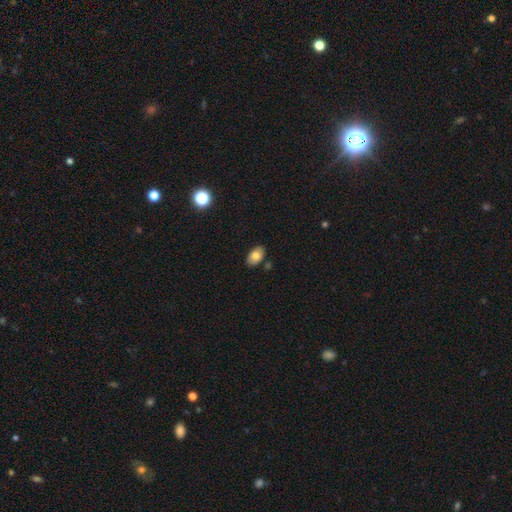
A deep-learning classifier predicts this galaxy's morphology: smooth 77%, featured or disk 15%, star or artifact 8%. Down the decision tree: how rounded — in between (92%); merging — none (84%).